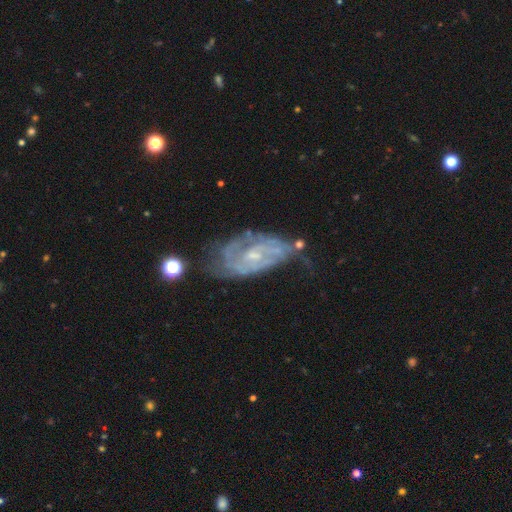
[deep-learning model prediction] Smooth or featured? Predicted: featured or disk (p=0.82). Edge-on disk? Predicted: no (p=0.95). Bar? Predicted: no (p=0.54). Spiral arms? Predicted: yes (p=0.90). Spiral winding? Predicted: tight (p=0.56). Spiral arm count? Predicted: 2 (p=0.42). Bulge size? Predicted: small (p=0.65). Merging? Predicted: none (p=0.48).